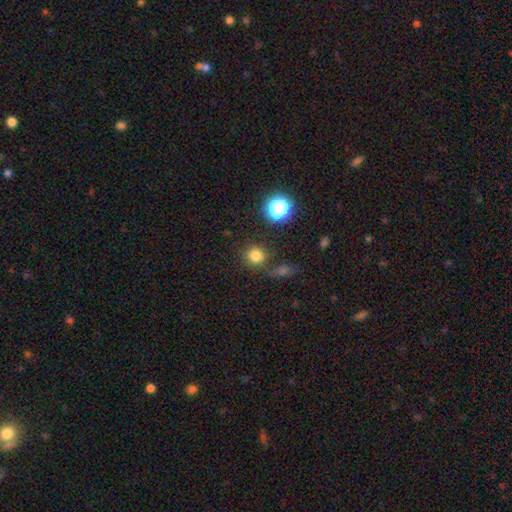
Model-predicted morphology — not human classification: Smooth or featured? smooth (79%)
How rounded? round (91%)
Merging? none (80%)